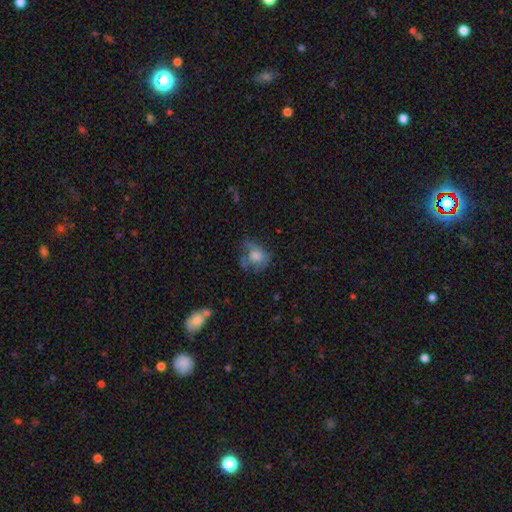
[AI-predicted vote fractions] The model was most divided on "merging": none: 38%, minor disturbance: 29%, major disturbance: 26%, merger: 8%. More confident: smooth or featured — smooth (61%); how rounded — round (57%).